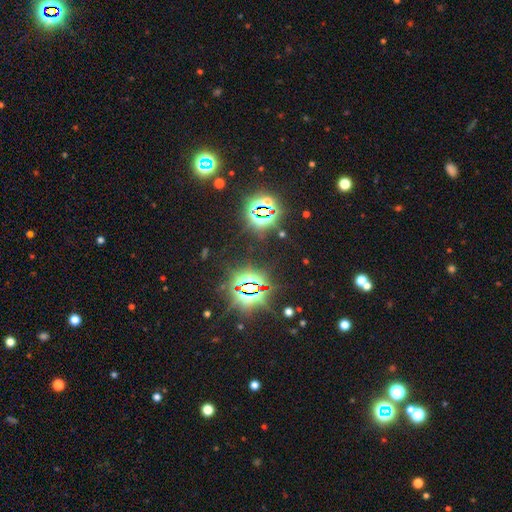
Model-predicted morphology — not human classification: This appears to be a star or artifact, not a galaxy (84%).